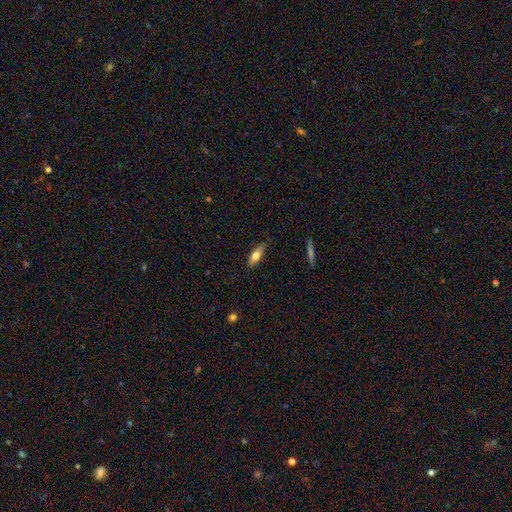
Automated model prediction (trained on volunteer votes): This is likely a smooth galaxy (71%). How rounded: possibly in between (55%). Merging: clearly none (82%).